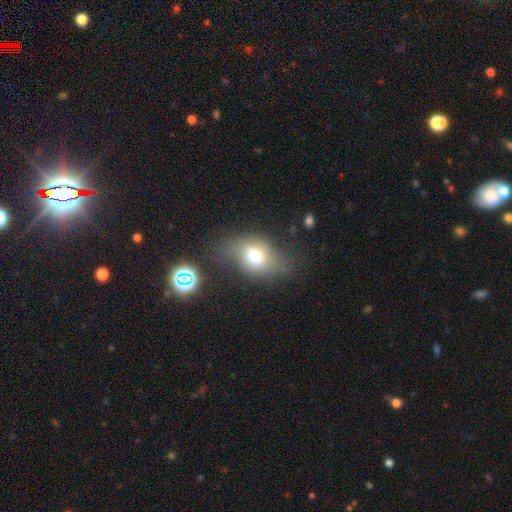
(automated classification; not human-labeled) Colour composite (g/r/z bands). It shows a smooth galaxy with no disk features (66%) that is in between round and cigar-shaped (69%). Merging: none (48%).